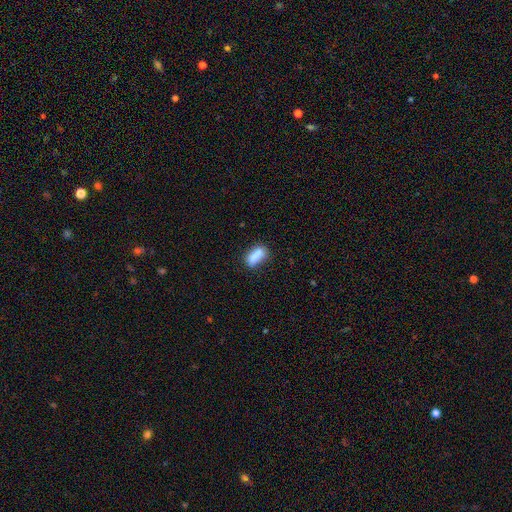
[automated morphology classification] smooth-or-featured: smooth: 83% | featured or disk: 9% | star or artifact: 8%
  how-rounded: in between: 77% | cigar-shaped: 19% | round: 4%
  merging: none: 61% | minor disturbance: 23% | merger: 9% | major disturbance: 7%